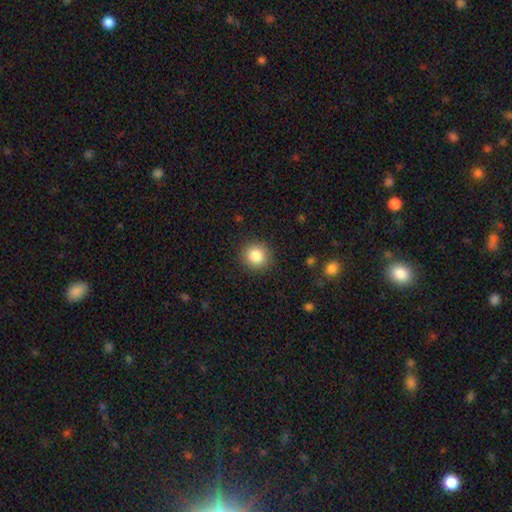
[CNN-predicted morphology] Overall: smooth (84%). How rounded: round (92%). Merging: none (90%).